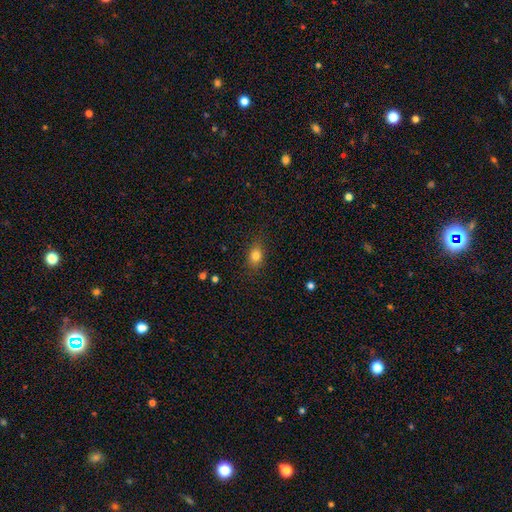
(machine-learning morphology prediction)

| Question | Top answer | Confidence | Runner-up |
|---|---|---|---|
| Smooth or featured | smooth | 82% | star or artifact (11%) |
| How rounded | in between | 69% | round (29%) |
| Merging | none | 83% | minor disturbance (12%) |